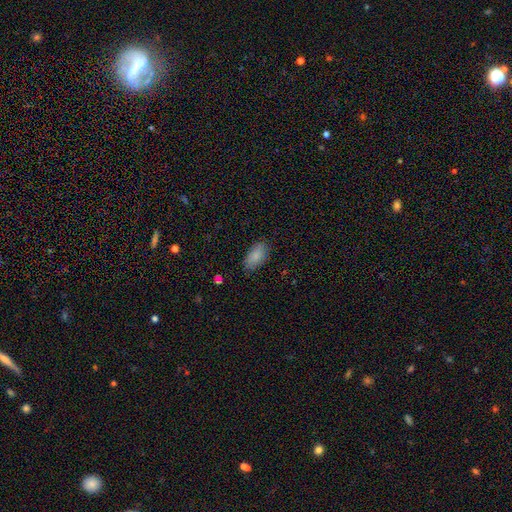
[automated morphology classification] This is clearly a smooth galaxy (86%). How rounded: clearly in between (93%). Merging: clearly none (83%).